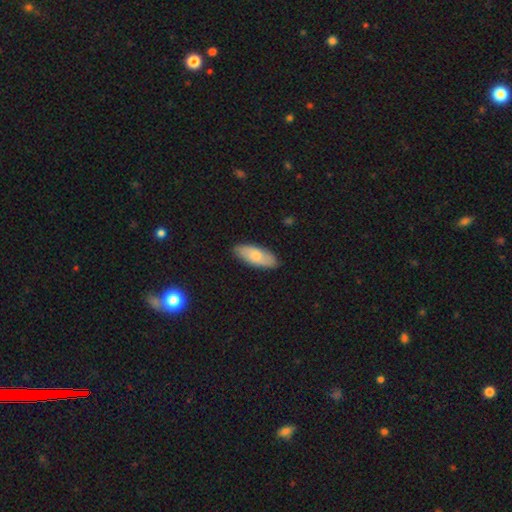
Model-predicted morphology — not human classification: A smooth galaxy with no disk features (75%) that is in between round and cigar-shaped (79%).

Vote fractions:
- Smooth or featured? smooth: 75% / featured or disk: 19% / star or artifact: 6%
- How rounded? in between: 79% / cigar-shaped: 19% / round: 2%
- Merging? none: 87% / minor disturbance: 11% / major disturbance: 2% / merger: 1%